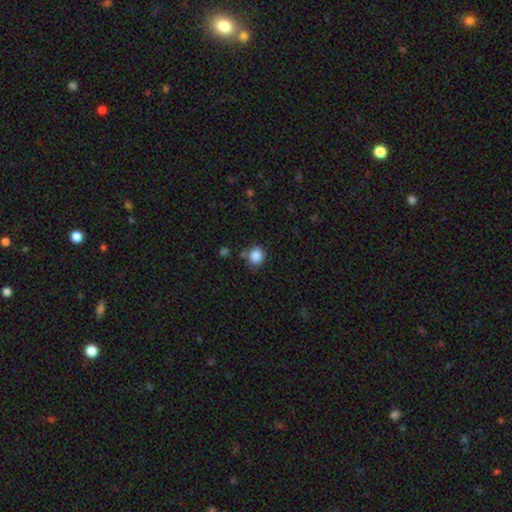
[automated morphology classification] Smooth or featured? smooth (86%)
How rounded? round (78%)
Merging? none (73%)